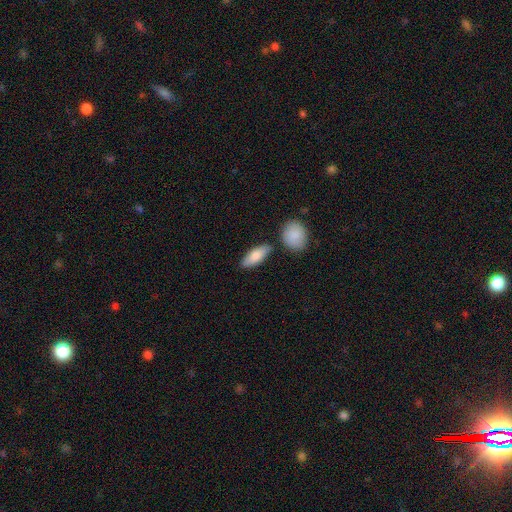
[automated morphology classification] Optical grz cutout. It shows a smooth galaxy with no disk features (79%) that is in between round and cigar-shaped (73%). Merging: none (78%).